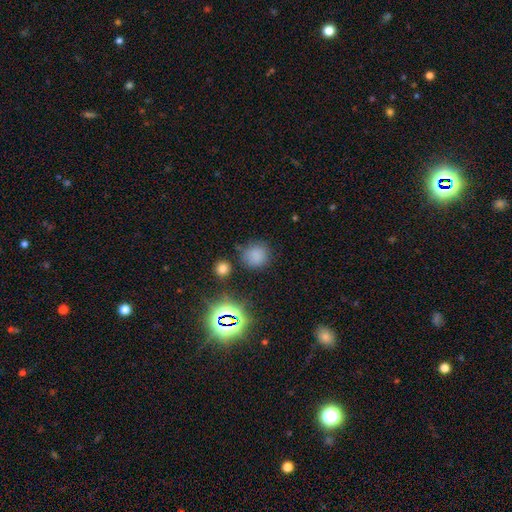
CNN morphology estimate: smooth 75%, star or artifact 20%, featured or disk 6%. Down the decision tree: how rounded — round (87%); merging — none (78%).